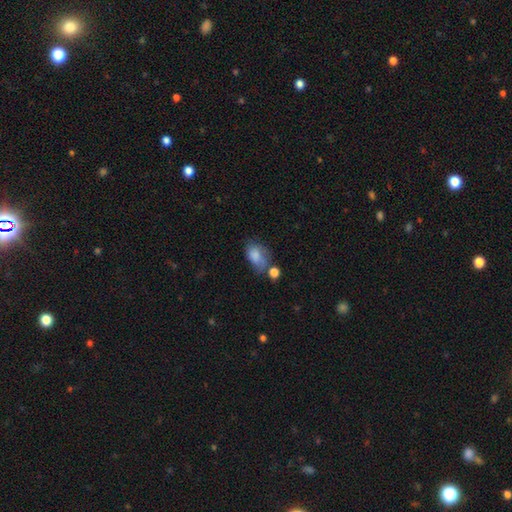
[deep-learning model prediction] smooth-or-featured: smooth: 76% | featured or disk: 14% | star or artifact: 10%
  how-rounded: in between: 83% | round: 16% | cigar-shaped: 1%
  merging: none: 36% | minor disturbance: 29% | major disturbance: 19% | merger: 17%